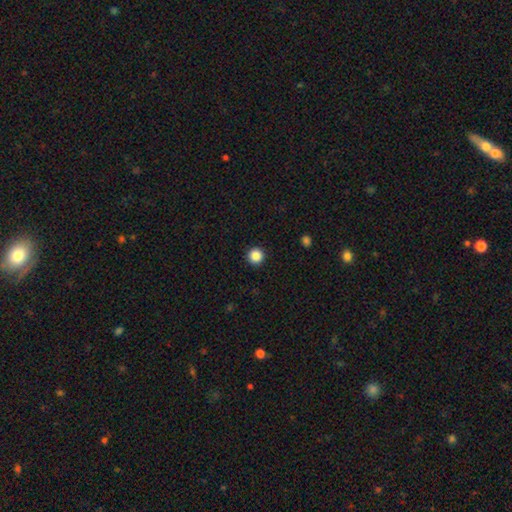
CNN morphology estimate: smooth-or-featured: smooth: 87% | star or artifact: 10% | featured or disk: 3%
  how-rounded: round: 96% | in between: 3% | cigar-shaped: 1%
  merging: none: 93% | minor disturbance: 4% | major disturbance: 2% | merger: 1%